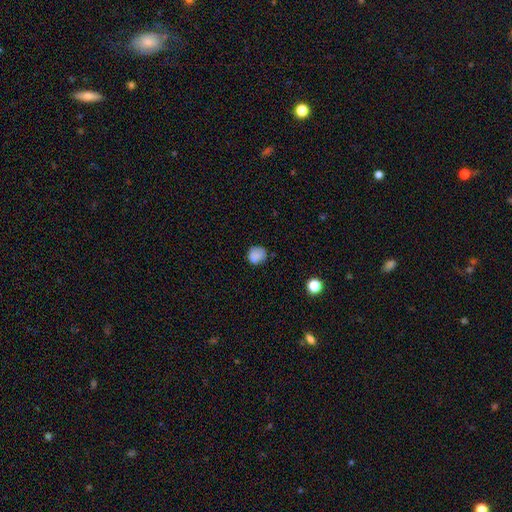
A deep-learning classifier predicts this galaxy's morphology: Smooth or featured: smooth — 82% (star or artifact — 10%)
How rounded: round — 82% (in between — 17%)
Merging: none — 73% (minor disturbance — 21%)